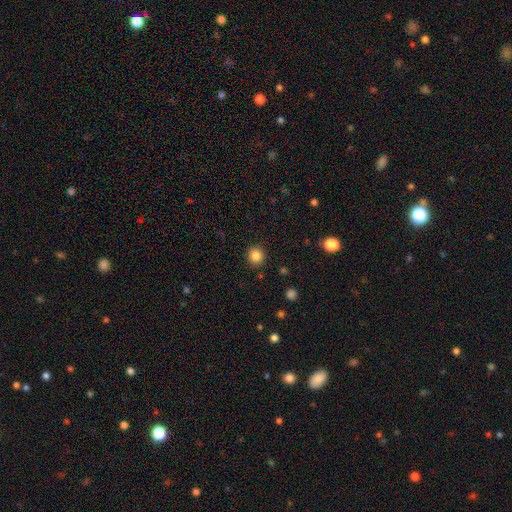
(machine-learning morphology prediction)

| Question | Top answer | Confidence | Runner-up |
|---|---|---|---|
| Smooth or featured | smooth | 84% | star or artifact (12%) |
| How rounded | round | 93% | in between (6%) |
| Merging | none | 92% | minor disturbance (5%) |